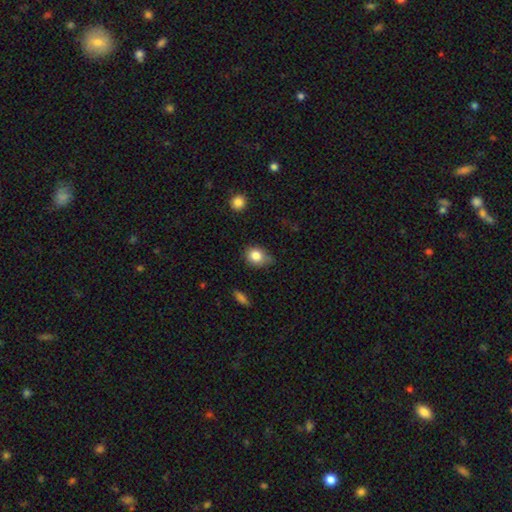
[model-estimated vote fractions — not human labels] Smooth or featured? smooth (82%)
How rounded? round (56%)
Merging? none (53%)